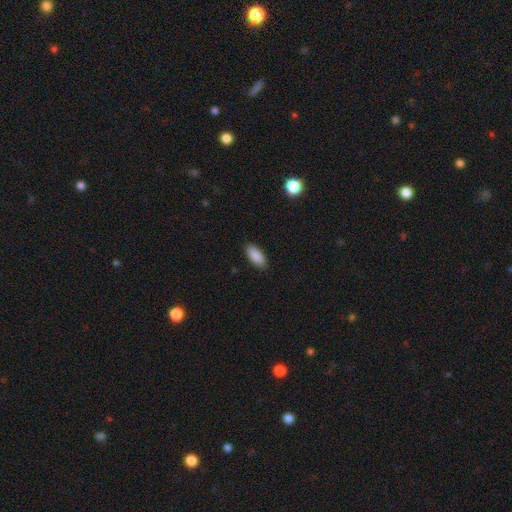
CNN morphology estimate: Smooth or featured? Predicted: smooth (p=0.89). How rounded? Predicted: in between (p=0.86). Merging? Predicted: none (p=0.89).